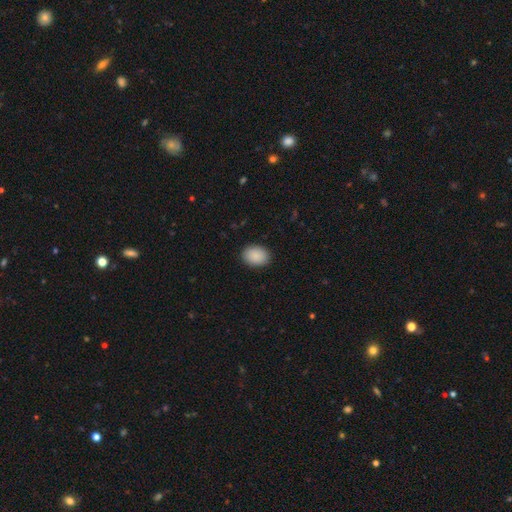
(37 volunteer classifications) Smooth or featured?
  - smooth: 92% *
  - star or artifact: 5%
  - featured or disk: 3%
How rounded?
  - in between: 82% *
  - round: 18%
  - cigar-shaped: 0%
Merging?
  - none: 83% *
  - minor disturbance: 14%
  - merger: 3%
  - major disturbance: 0%